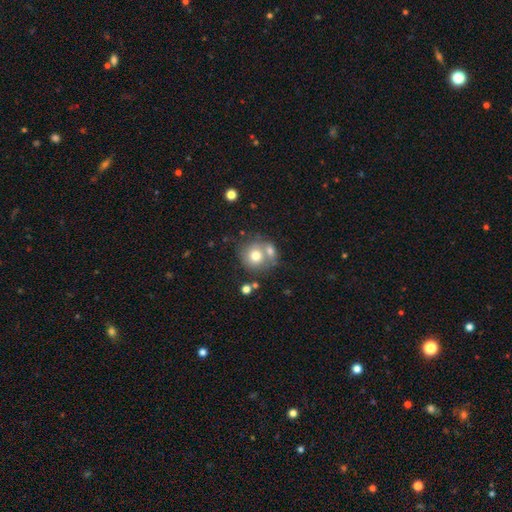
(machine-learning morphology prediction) This is likely a smooth galaxy (72%). How rounded: clearly round (85%). Merging: possibly none (48%).